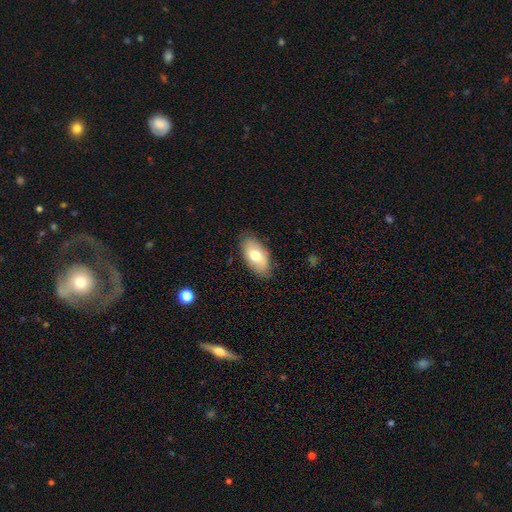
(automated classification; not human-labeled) The model was most divided on "smooth or featured": smooth: 68%, featured or disk: 26%, star or artifact: 6%. More confident: how rounded — in between (93%); merging — none (83%).